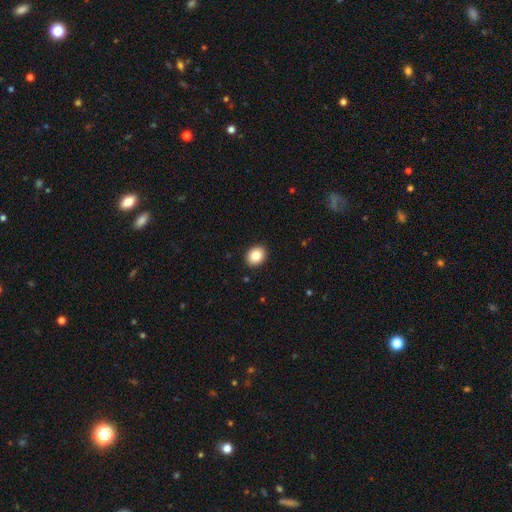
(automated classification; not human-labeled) smooth 85%, star or artifact 9%, featured or disk 6%. Down the decision tree: how rounded — in between (50%); merging — none (92%).